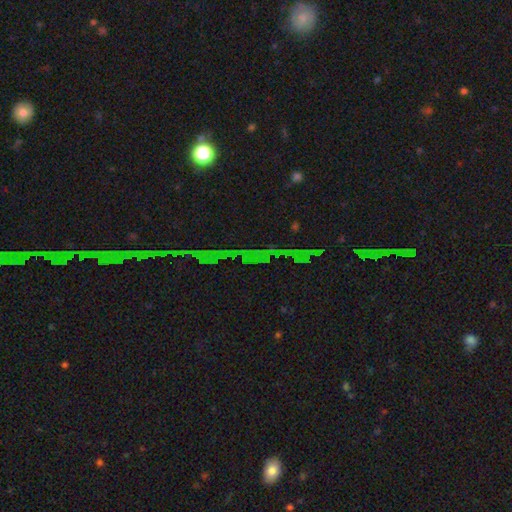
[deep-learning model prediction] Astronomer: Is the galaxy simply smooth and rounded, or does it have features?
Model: star or artifact — 81%.